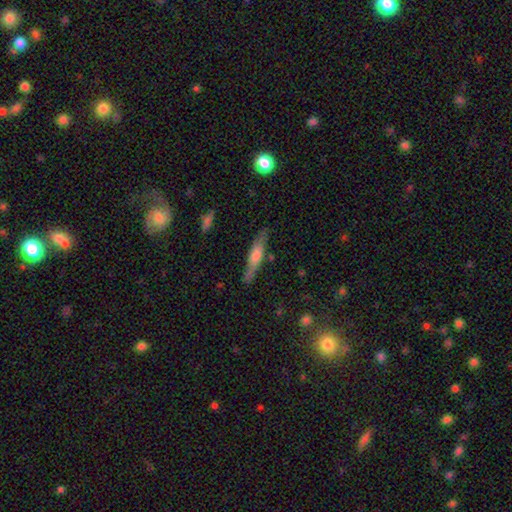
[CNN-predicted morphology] The model was most divided on "smooth or featured": smooth: 51%, featured or disk: 43%, star or artifact: 6%. More confident: how rounded — cigar-shaped (86%); merging — none (80%).